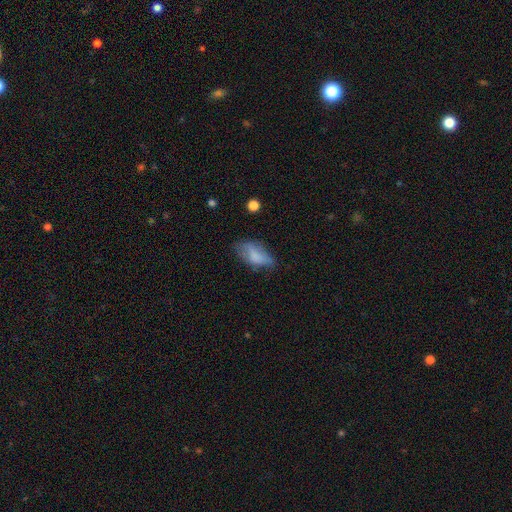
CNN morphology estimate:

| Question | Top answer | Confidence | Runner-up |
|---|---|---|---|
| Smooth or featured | smooth | 70% | featured or disk (22%) |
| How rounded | in between | 88% | cigar-shaped (8%) |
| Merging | none | 43% | minor disturbance (35%) |